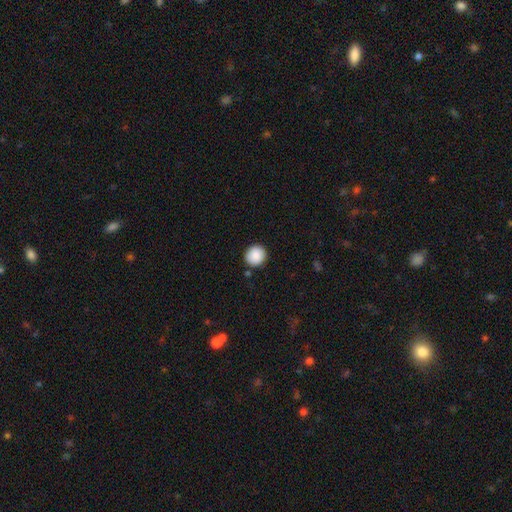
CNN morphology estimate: smooth_or_featured: smooth (p=0.89) [alt: star or artifact p=0.08]
how_rounded: round (p=0.91) [alt: in between p=0.08]
merging: none (p=0.89) [alt: minor disturbance p=0.07]